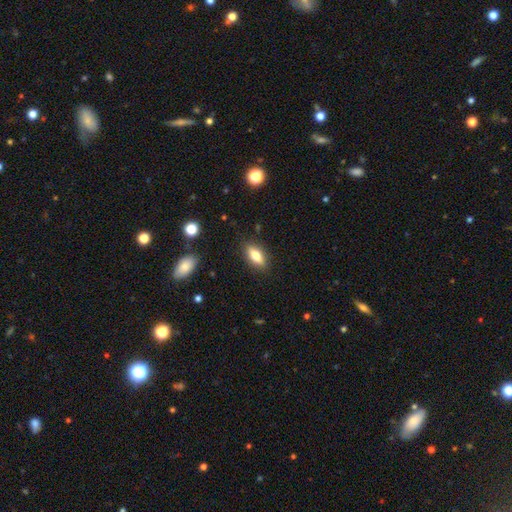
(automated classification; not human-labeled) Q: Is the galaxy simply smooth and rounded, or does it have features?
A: smooth — 72%.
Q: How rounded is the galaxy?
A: in between — 77%.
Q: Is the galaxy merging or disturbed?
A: none — 86%.